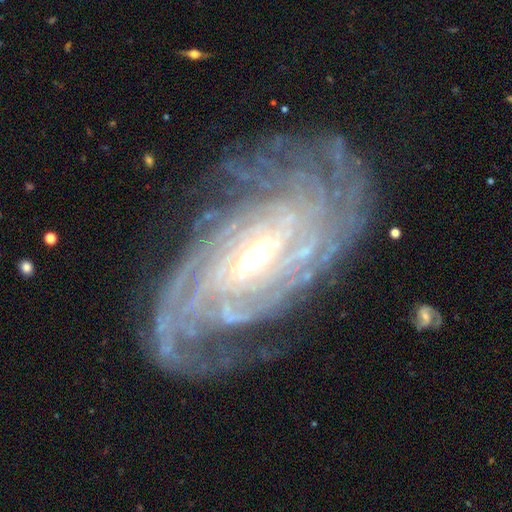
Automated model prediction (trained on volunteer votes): A featured or disk galaxy (91%) with a weak bar (44%), tight (81%) spiral arms (98%) and a small central bulge (49%).

Vote fractions:
- Smooth or featured? featured or disk: 91% / star or artifact: 5% / smooth: 4%
- Edge-on disk? no: 95% / yes: 5%
- Bar? weak: 44% / strong: 34% / no: 22%
- Spiral arms? yes: 98% / no: 2%
- Spiral winding? tight: 81% / medium: 16% / loose: 3%
- Spiral arm count? can't tell: 25% / more than 4: 23% / 4: 21% / 3: 12% / 2: 11% / 1: 8%
- Bulge size? small: 49% / moderate: 46% / large: 3% / none: 1% / dominant: 1%
- Merging? none: 80% / minor disturbance: 14% / major disturbance: 5% / merger: 1%